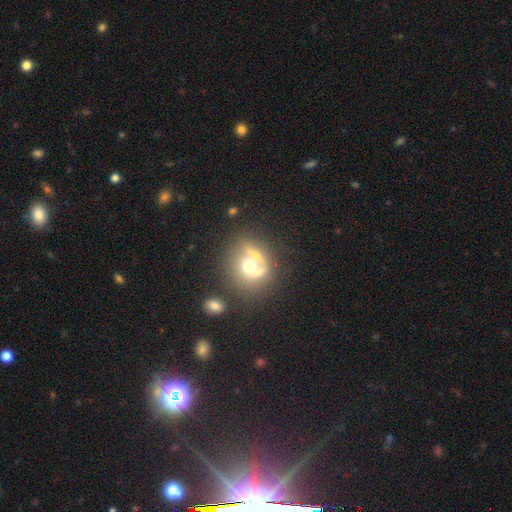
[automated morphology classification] type=smooth (48%); merging=merger (36%).